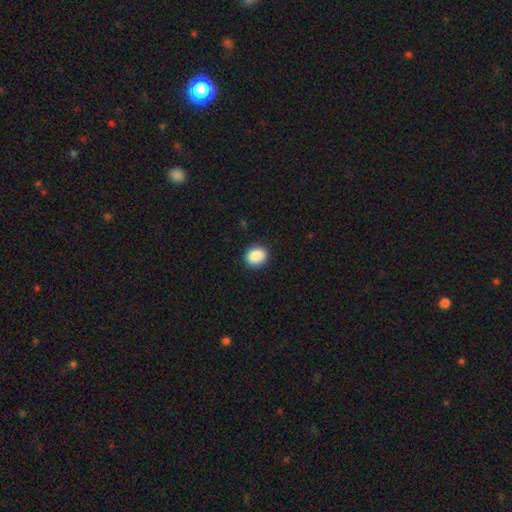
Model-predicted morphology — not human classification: The model was most divided on "how rounded": round: 58%, in between: 41%, cigar-shaped: 1%. More confident: smooth or featured — smooth (89%); merging — none (86%).